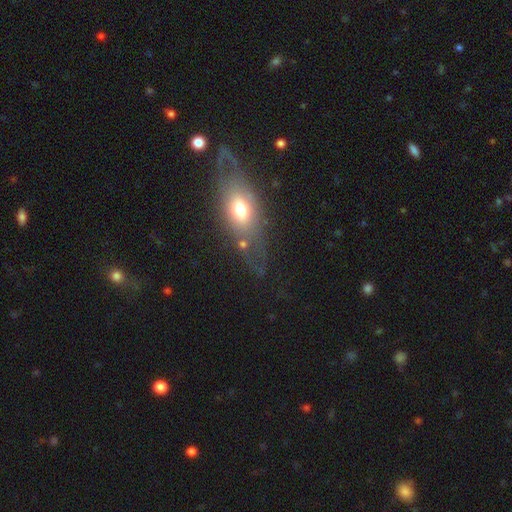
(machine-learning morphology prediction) This appears to be a featured or disk galaxy (51%). Merging: none (69%).